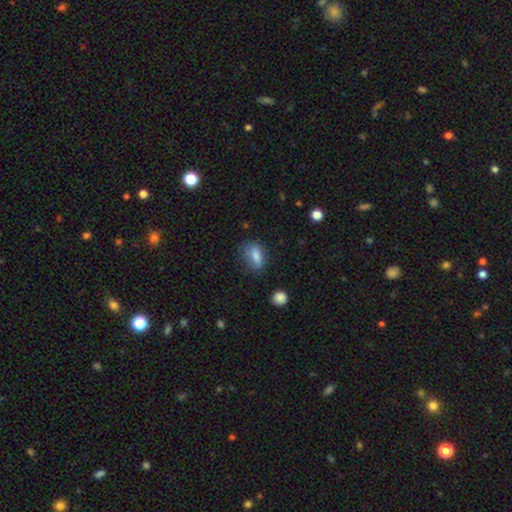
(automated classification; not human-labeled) Morphology: type=smooth (79%); roundness=in between (79%); merging=none (58%).